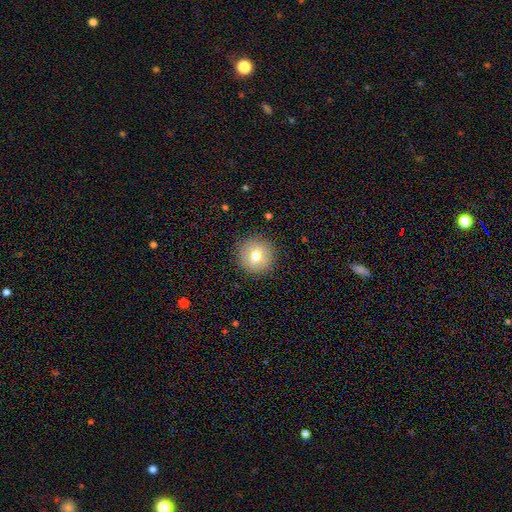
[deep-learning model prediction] Morphology: type=smooth (70%); roundness=round (92%); merging=none (89%).